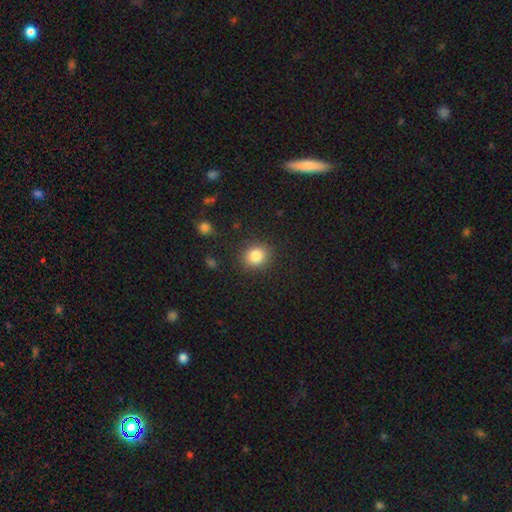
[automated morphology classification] Smooth or featured: smooth — 84% (star or artifact — 10%)
How rounded: round — 75% (in between — 24%)
Merging: none — 87% (minor disturbance — 8%)